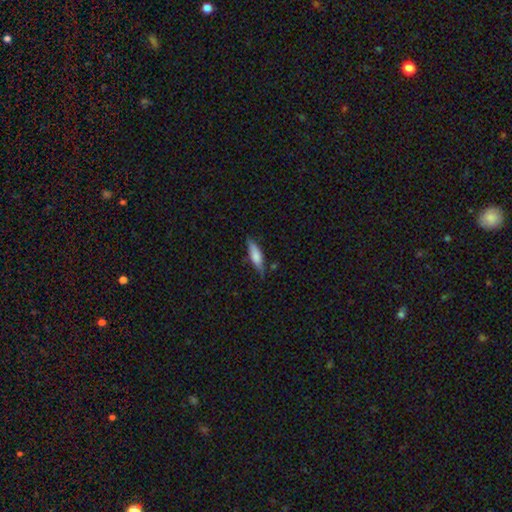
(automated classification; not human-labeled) Smooth or featured? Predicted: smooth (p=0.69). How rounded? Predicted: cigar-shaped (p=0.57). Merging? Predicted: none (p=0.73).